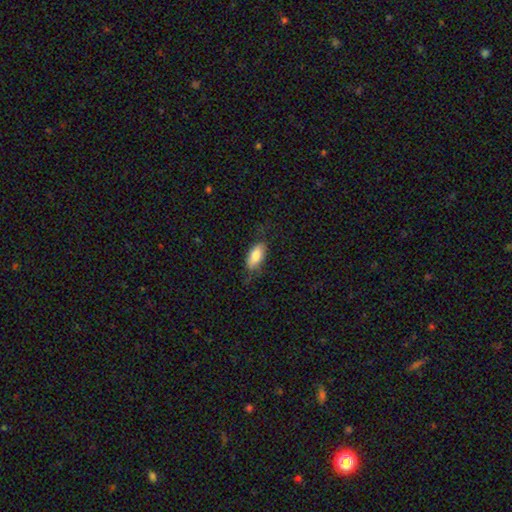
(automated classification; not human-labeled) The model was most divided on "merging": none: 67%, minor disturbance: 24%, major disturbance: 8%, merger: 1%. More confident: how rounded — in between (88%); smooth or featured — smooth (77%).